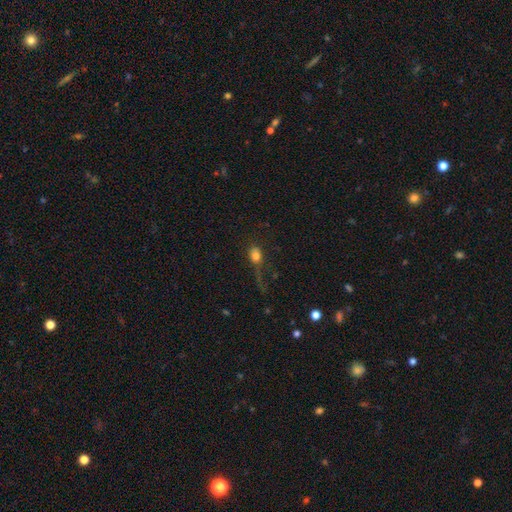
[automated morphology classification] The model was most divided on "merging": major disturbance: 39%, none: 35%, minor disturbance: 20%, merger: 6%. More confident: smooth or featured — smooth (75%); how rounded — in between (66%).